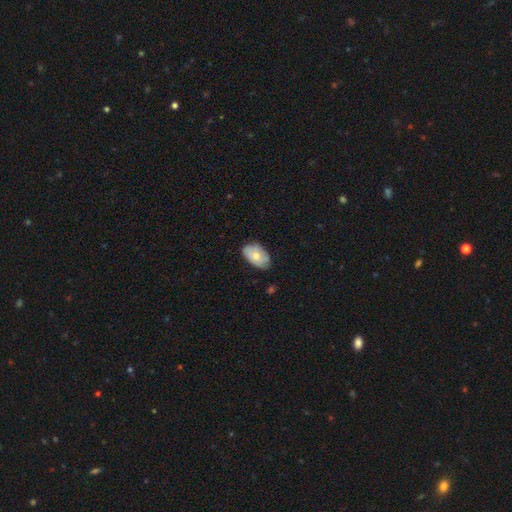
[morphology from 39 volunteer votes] Smooth or featured: smooth — 56% (featured or disk — 38%)
How rounded: in between — 86% (round — 14%)
Merging: none — 68% (minor disturbance — 27%)